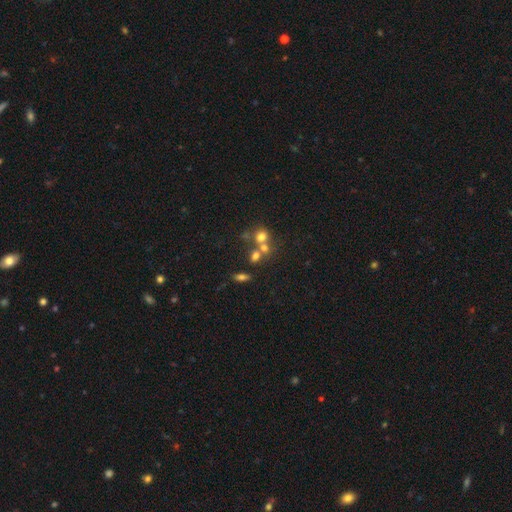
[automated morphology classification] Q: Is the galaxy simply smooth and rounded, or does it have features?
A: smooth — 64%.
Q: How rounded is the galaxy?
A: round — 63%.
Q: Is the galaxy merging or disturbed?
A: merger — 46%.